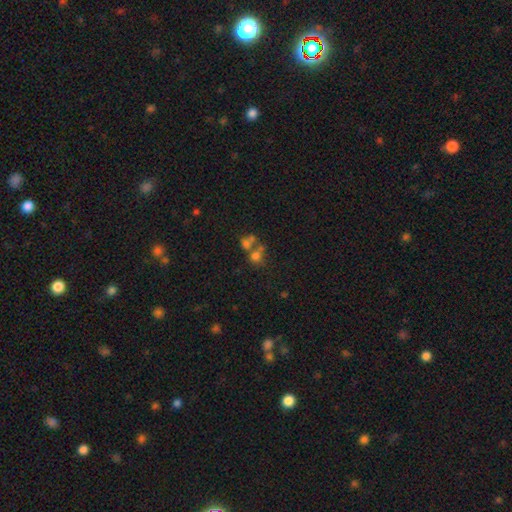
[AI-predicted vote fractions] A smooth galaxy with no disk features (62%) that is round (75%).

Vote fractions:
- Smooth or featured? smooth: 62% / featured or disk: 20% / star or artifact: 18%
- How rounded? round: 75% / in between: 23% / cigar-shaped: 1%
- Merging? merger: 49% / none: 36% / minor disturbance: 8% / major disturbance: 7%